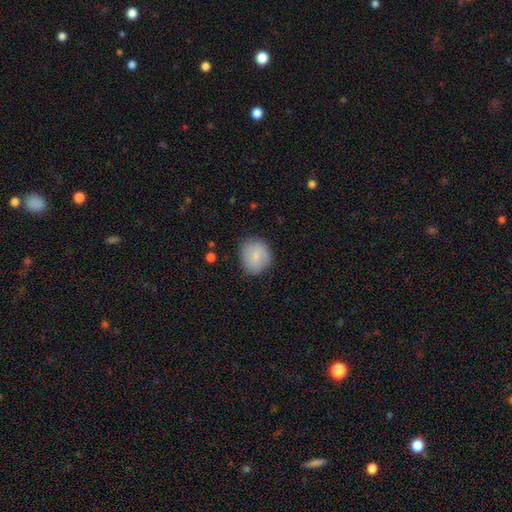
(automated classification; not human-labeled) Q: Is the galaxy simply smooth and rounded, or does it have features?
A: smooth — 77%.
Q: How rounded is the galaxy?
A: round — 81%.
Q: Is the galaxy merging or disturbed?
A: none — 81%.